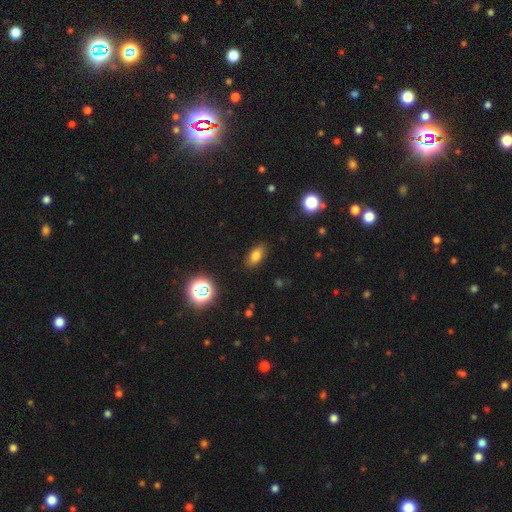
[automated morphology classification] This appears to be a smooth galaxy with no disk features (77%) that is in between round and cigar-shaped (86%). Merging: none (86%).